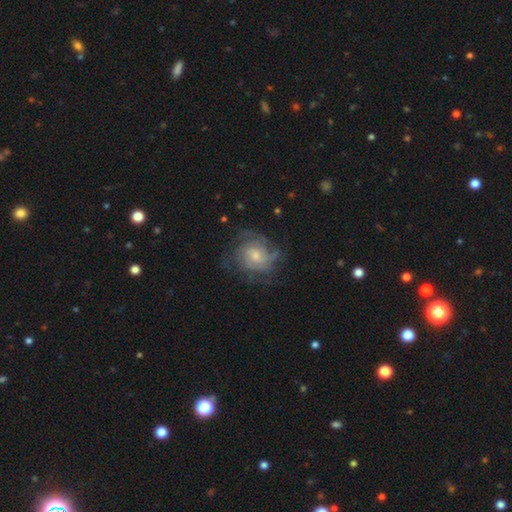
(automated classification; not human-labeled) A featured or disk galaxy (76%) with no bar (66%), tight (57%) spiral arms (92%) and a small central bulge (55%).

Vote fractions:
- Smooth or featured? featured or disk: 76% / smooth: 17% / star or artifact: 7%
- Edge-on disk? no: 98% / yes: 2%
- Bar? no: 66% / weak: 30% / strong: 4%
- Spiral arms? yes: 92% / no: 8%
- Spiral winding? tight: 57% / medium: 33% / loose: 10%
- Spiral arm count? can't tell: 40% / 3: 19% / 2: 16% / 4: 14% / more than 4: 6% / 1: 5%
- Bulge size? small: 55% / moderate: 37% / none: 4% / large: 4% / dominant: 1%
- Merging? none: 66% / minor disturbance: 19% / major disturbance: 13% / merger: 1%